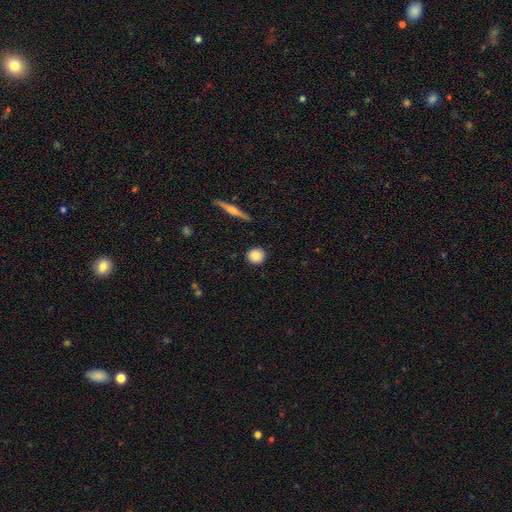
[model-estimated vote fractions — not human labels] A smooth galaxy with no disk features (86%) that is round (91%).

Vote fractions:
- Smooth or featured? smooth: 86% / star or artifact: 8% / featured or disk: 7%
- How rounded? round: 91% / in between: 7% / cigar-shaped: 2%
- Merging? none: 90% / minor disturbance: 7% / major disturbance: 2% / merger: 1%